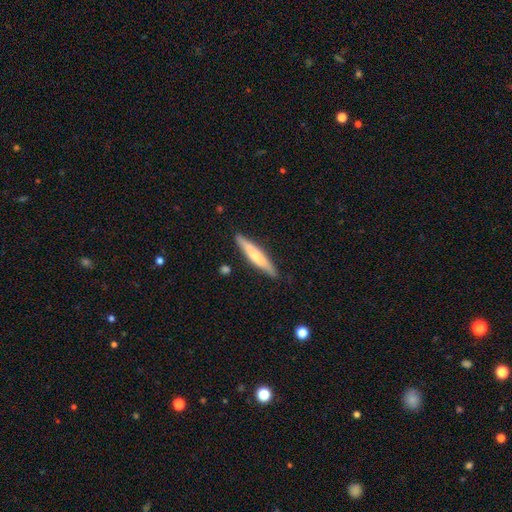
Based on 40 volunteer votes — Overall: smooth (65%; featured or disk 32%). How rounded: cigar-shaped (92%). Merging: none (92%).